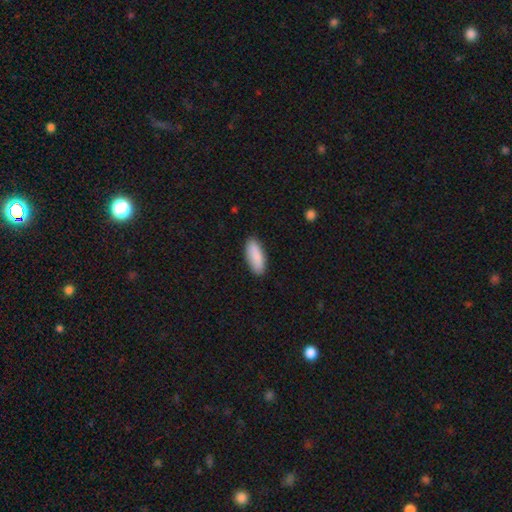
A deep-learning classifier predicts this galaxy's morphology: This appears to be a smooth galaxy with no disk features (89%) that is in between round and cigar-shaped (70%). Merging: none (88%).